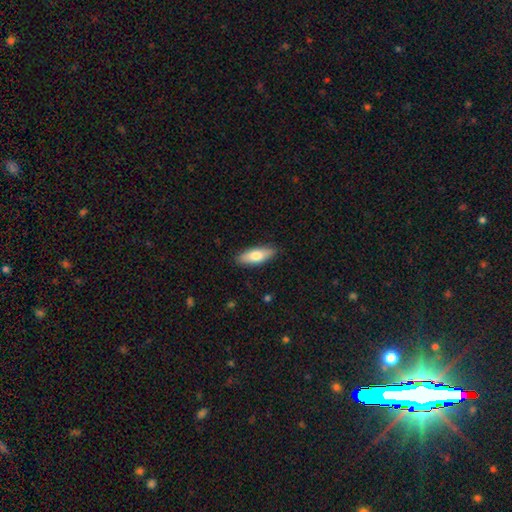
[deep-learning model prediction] The model was most divided on "how rounded": in between: 68%, cigar-shaped: 30%, round: 2%. More confident: merging — none (88%); smooth or featured — smooth (73%).